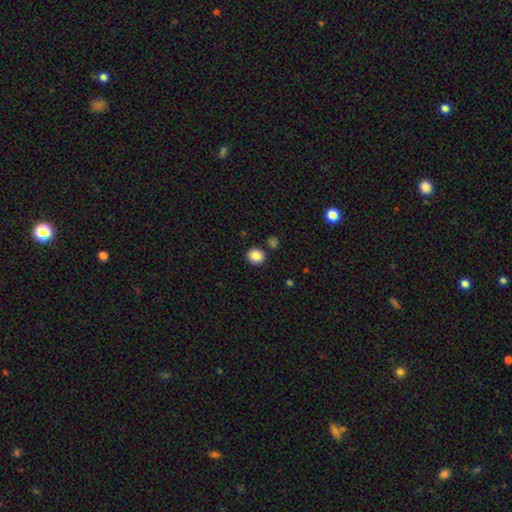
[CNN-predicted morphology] Smooth or featured? smooth (86%)
How rounded? round (83%)
Merging? none (87%)